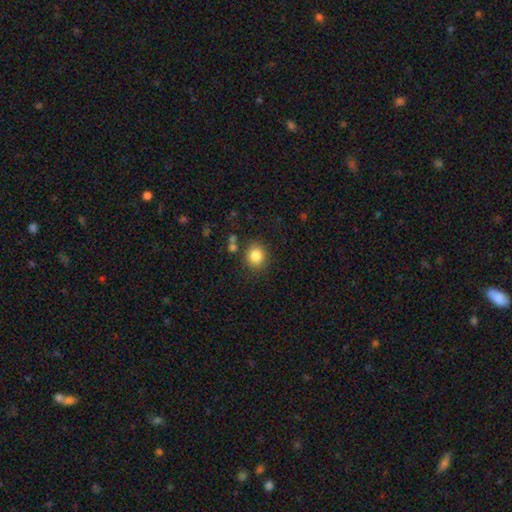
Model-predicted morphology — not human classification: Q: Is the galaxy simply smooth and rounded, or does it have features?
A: smooth — 84%.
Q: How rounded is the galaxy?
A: round — 74%.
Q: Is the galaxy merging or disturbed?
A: none — 82%.